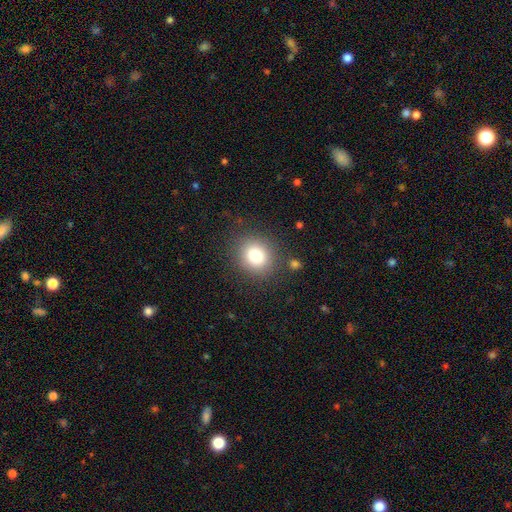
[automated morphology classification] smooth-or-featured: smooth: 77% | star or artifact: 13% | featured or disk: 10%
  how-rounded: round: 79% | in between: 20% | cigar-shaped: 1%
  merging: none: 85% | minor disturbance: 9% | major disturbance: 4% | merger: 2%